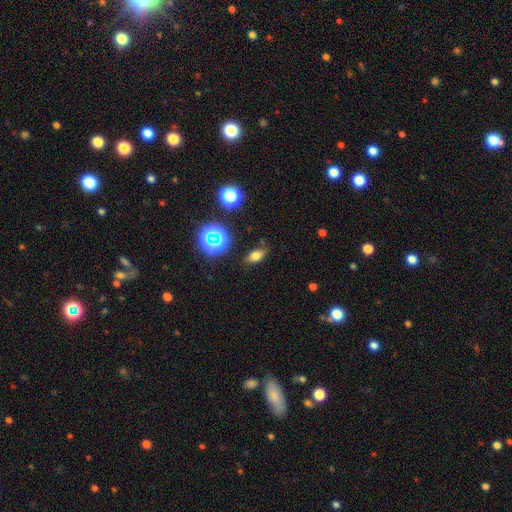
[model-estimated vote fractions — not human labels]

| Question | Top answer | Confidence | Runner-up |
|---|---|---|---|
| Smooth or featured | smooth | 68% | star or artifact (19%) |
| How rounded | in between | 80% | round (12%) |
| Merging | none | 83% | minor disturbance (12%) |